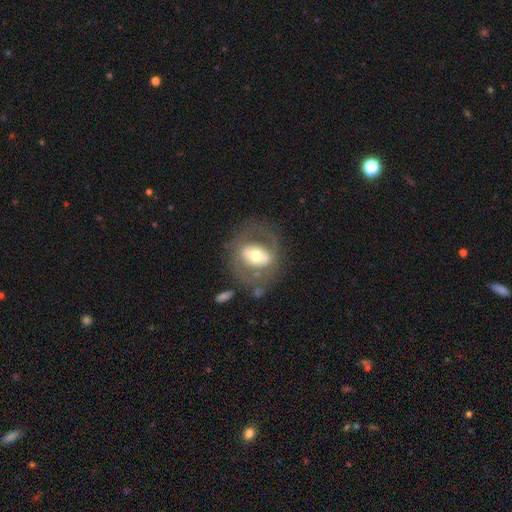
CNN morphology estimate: The model was most divided on "bar": no: 43%, strong: 31%, weak: 26%. More confident: edge-on disk — no (93%); spiral arms — no (68%); bulge size — moderate (65%); merging — none (62%); smooth or featured — featured or disk (61%).